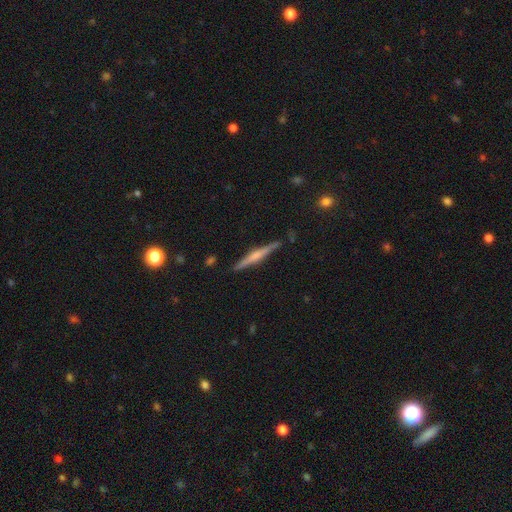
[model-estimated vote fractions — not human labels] Smooth or featured? Predicted: featured or disk (p=0.66). Edge-on disk? Predicted: yes (p=0.98). Edge-on bulge? Predicted: rounded (p=0.64). Merging? Predicted: none (p=0.88).